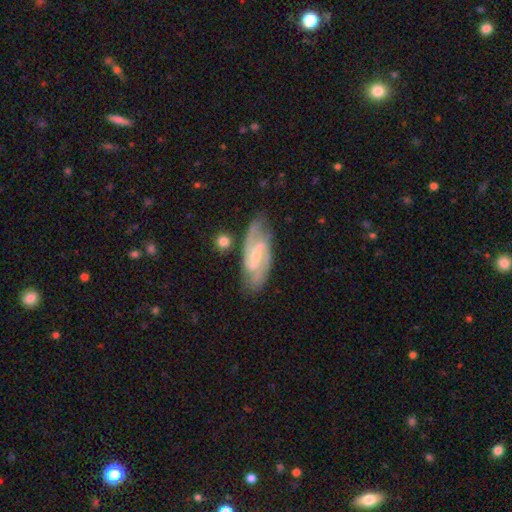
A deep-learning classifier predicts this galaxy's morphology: The model was most divided on "bar": weak: 51%, strong: 32%, no: 17%. More confident: spiral arms — yes (97%); edge-on disk — no (94%); smooth or featured — featured or disk (87%); spiral arm count — 2 (83%); merging — none (78%); bulge size — small (62%); spiral winding — medium (54%).